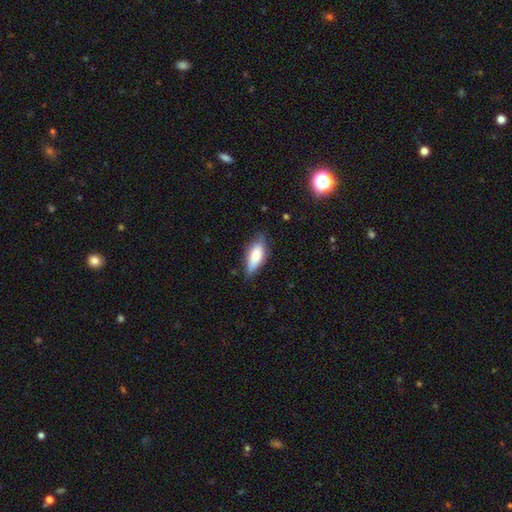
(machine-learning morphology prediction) Smooth or featured? smooth (72%)
How rounded? in between (75%)
Merging? none (69%)